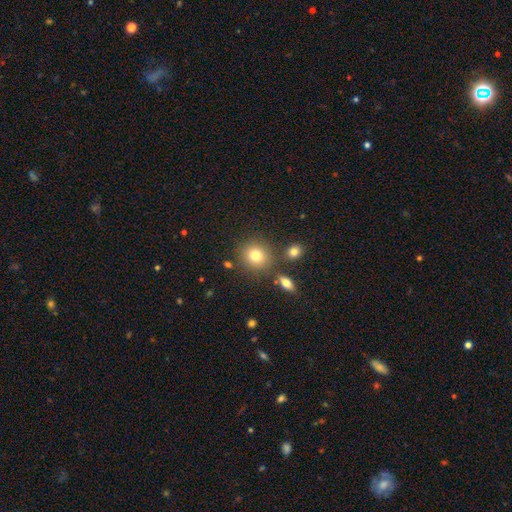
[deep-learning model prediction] smooth_or_featured: smooth (p=0.78) [alt: star or artifact p=0.12]
how_rounded: round (p=0.85) [alt: in between p=0.13]
merging: none (p=0.79) [alt: minor disturbance p=0.09]